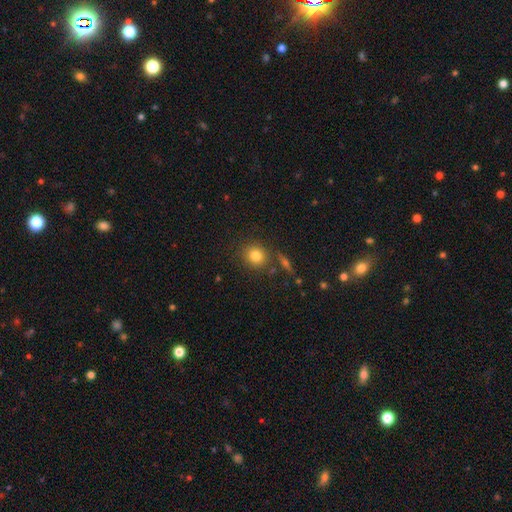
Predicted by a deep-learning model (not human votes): A smooth galaxy with no disk features (81%) that is round (82%). Merging: none (79%).